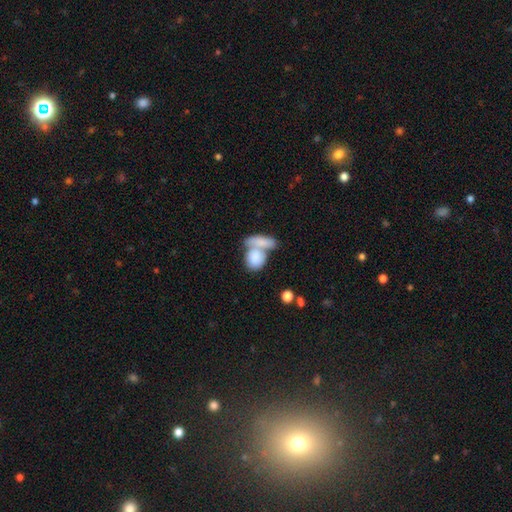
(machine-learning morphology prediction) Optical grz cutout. It shows a smooth galaxy with no disk features (81%) that is in between round and cigar-shaped (65%). Merging: merger (62%).